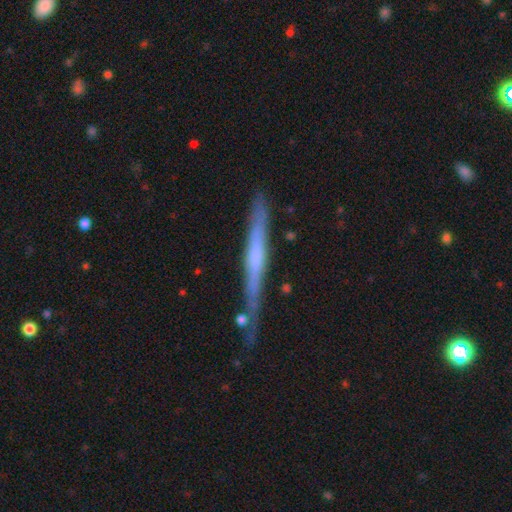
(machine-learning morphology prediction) Smooth or featured? featured or disk (59%)
Edge-on disk? yes (95%)
Edge-on bulge? none (60%)
Merging? none (74%)